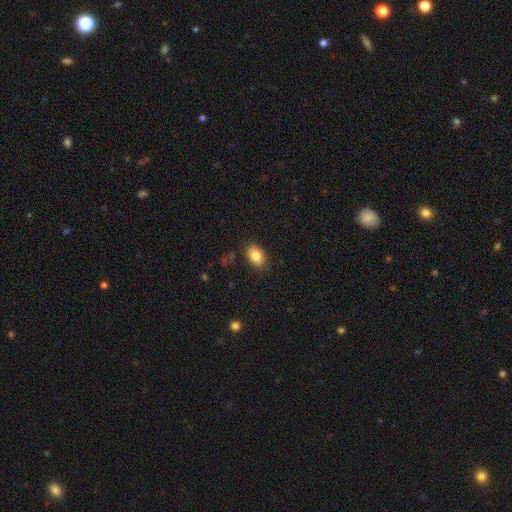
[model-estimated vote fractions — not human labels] Smooth or featured: smooth — 85% (star or artifact — 8%)
How rounded: in between — 89% (round — 10%)
Merging: none — 84% (minor disturbance — 12%)